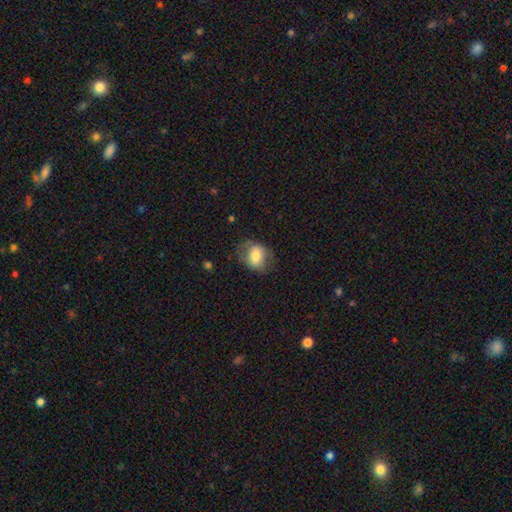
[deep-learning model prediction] The model was most divided on "how rounded": in between: 63%, round: 36%, cigar-shaped: 1%. More confident: smooth or featured — smooth (66%); merging — none (64%).